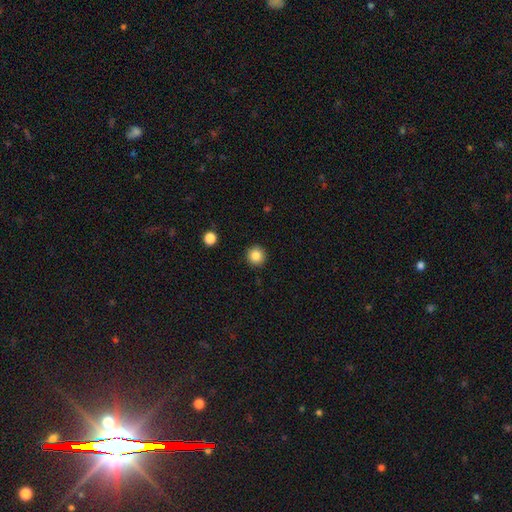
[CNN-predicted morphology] Smooth or featured: smooth — 85% (star or artifact — 10%)
How rounded: round — 95% (in between — 4%)
Merging: none — 92% (minor disturbance — 5%)